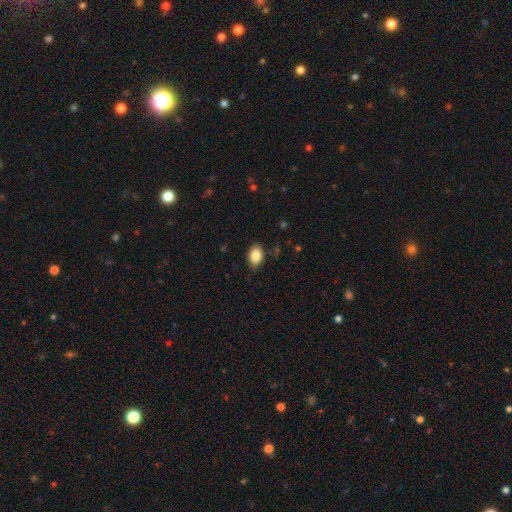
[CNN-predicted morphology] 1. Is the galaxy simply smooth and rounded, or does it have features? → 87% smooth, 8% star or artifact, 5% featured or disk.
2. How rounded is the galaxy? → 84% in between, 15% round, 1% cigar-shaped.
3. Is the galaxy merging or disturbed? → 79% none, 17% minor disturbance, 3% major disturbance, 1% merger.